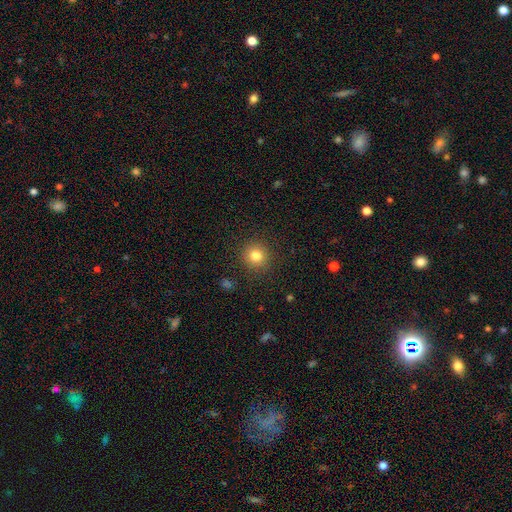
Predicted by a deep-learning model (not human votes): A smooth galaxy with no disk features (81%) that is round (92%).

Vote fractions:
- Smooth or featured? smooth: 81% / star or artifact: 12% / featured or disk: 6%
- How rounded? round: 92% / in between: 7% / cigar-shaped: 1%
- Merging? none: 90% / minor disturbance: 6% / major disturbance: 3% / merger: 1%